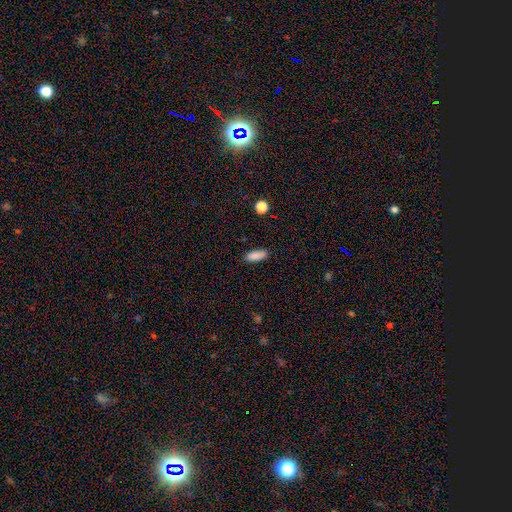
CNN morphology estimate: A smooth galaxy with no disk features (88%) that is in between round and cigar-shaped (71%).

Vote fractions:
- Smooth or featured? smooth: 88% / star or artifact: 8% / featured or disk: 4%
- How rounded? in between: 71% / cigar-shaped: 27% / round: 2%
- Merging? none: 87% / minor disturbance: 10% / major disturbance: 2% / merger: 1%